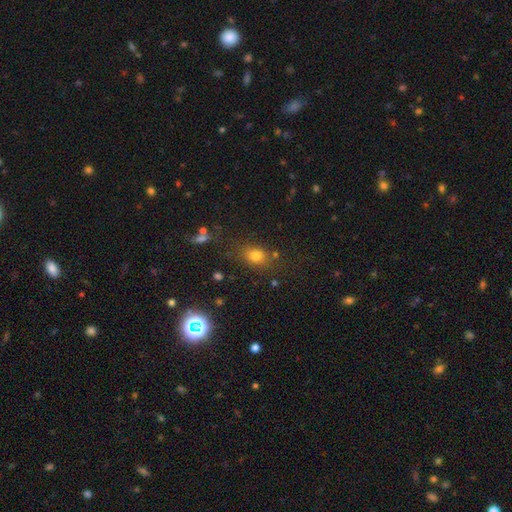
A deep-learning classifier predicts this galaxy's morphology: Smooth or featured? smooth (75%)
How rounded? in between (61%)
Merging? none (72%)